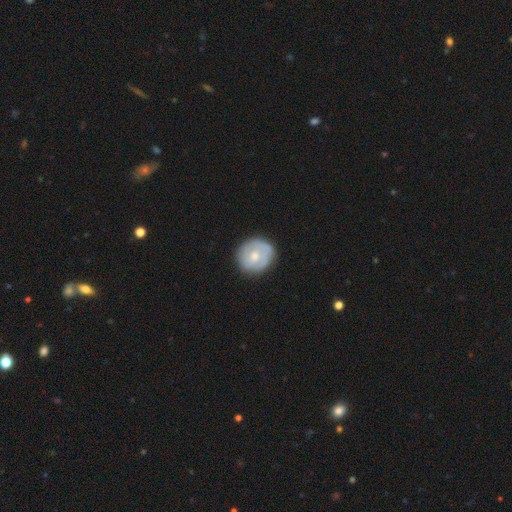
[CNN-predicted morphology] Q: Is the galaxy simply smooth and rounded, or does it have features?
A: smooth — 47%, tied with featured or disk.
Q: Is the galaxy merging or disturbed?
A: none — 79%.